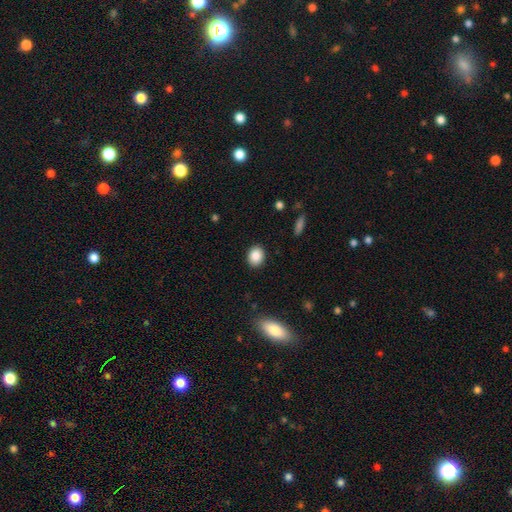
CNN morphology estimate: type=smooth (87%); roundness=round (50%); merging=none (89%).